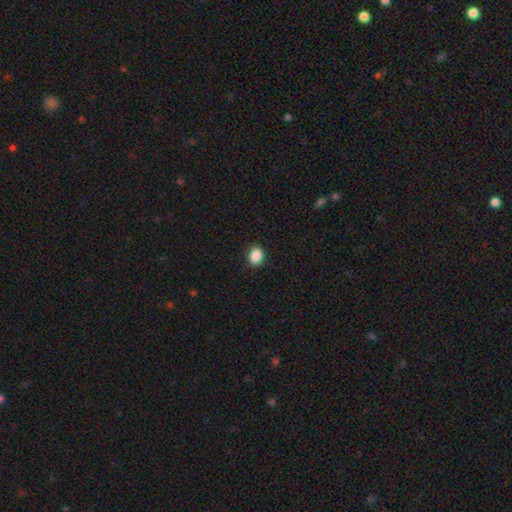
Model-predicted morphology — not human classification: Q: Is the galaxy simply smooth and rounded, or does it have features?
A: smooth — 88%.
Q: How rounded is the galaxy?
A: round — 52%.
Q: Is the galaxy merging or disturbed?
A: none — 90%.